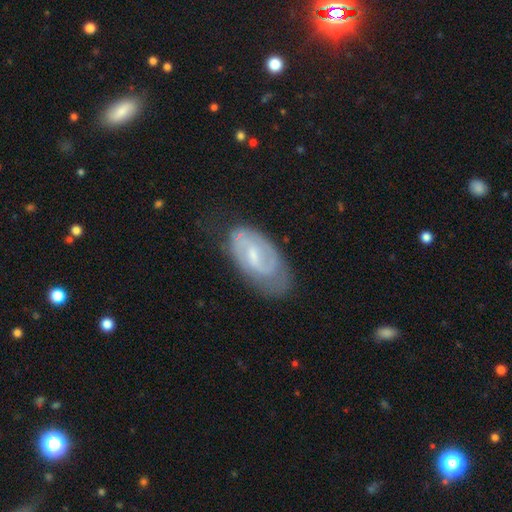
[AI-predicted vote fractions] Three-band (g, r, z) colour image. It shows a featured or disk galaxy (69%) with a weak bar (54%), 2 (60%) tight (46%) spiral arms (78%) and a small central bulge (56%). Merging: none (68%).